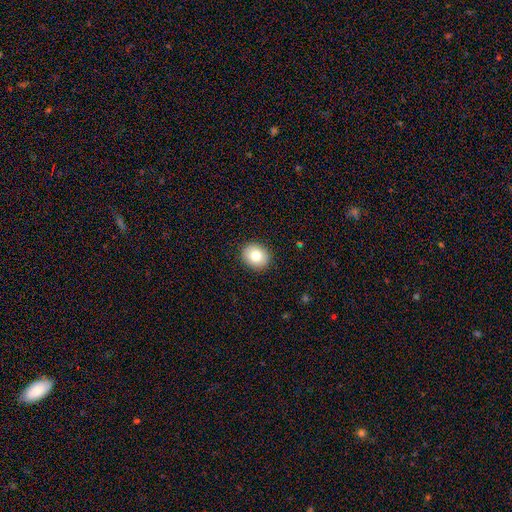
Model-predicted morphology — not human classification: Smooth or featured? smooth (81%)
How rounded? round (62%)
Merging? none (91%)